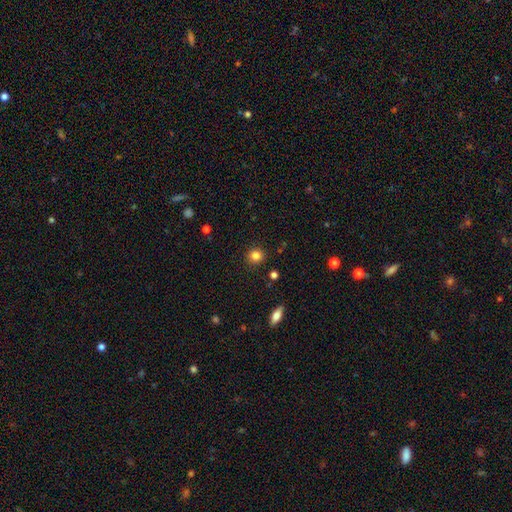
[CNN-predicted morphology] Smooth or featured? smooth (83%)
How rounded? round (89%)
Merging? none (90%)